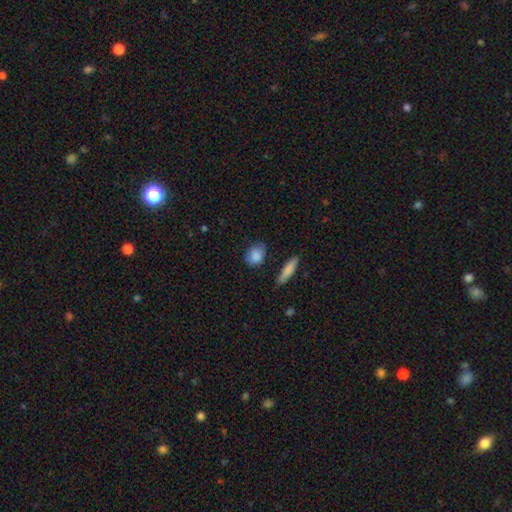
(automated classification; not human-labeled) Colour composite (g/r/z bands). It shows a smooth galaxy with no disk features (85%) that is in between round and cigar-shaped (50%). Merging: none (71%).